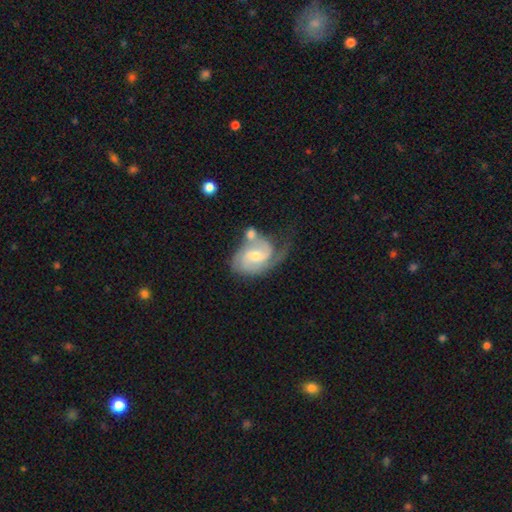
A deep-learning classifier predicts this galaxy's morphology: type=featured or disk (78%); edge-on=no (97%); bar=weak (48%); spiral arms=yes (93%); winding=medium (44%); arm count=2 (57%); bulge=moderate (54%); merging=none (31%).